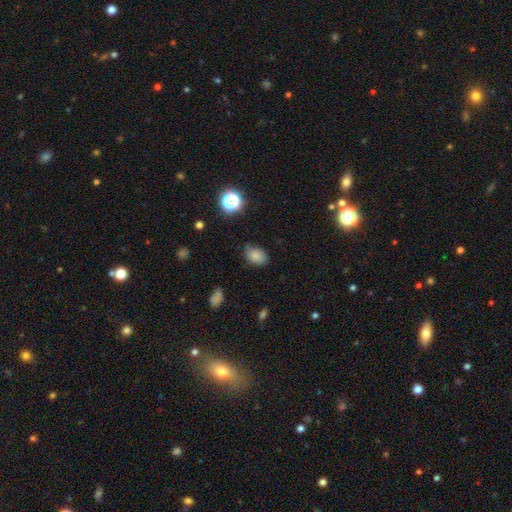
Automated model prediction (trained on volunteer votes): This is clearly a smooth galaxy (80%). How rounded: likely in between (76%). Merging: likely none (70%).